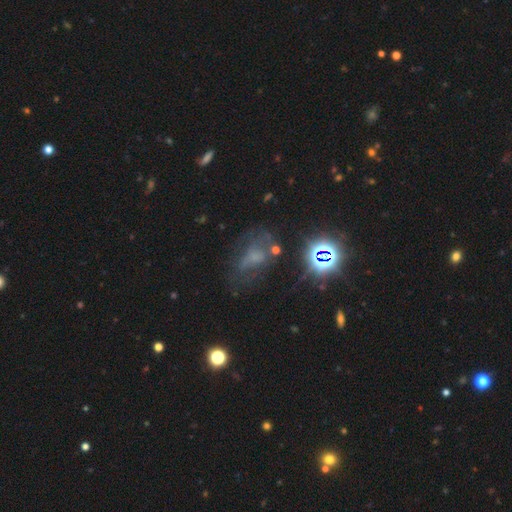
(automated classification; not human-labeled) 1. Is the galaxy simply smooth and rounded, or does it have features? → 38% featured or disk, 36% star or artifact, 26% smooth.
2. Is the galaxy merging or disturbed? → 52% none, 22% minor disturbance, 21% major disturbance, 5% merger.